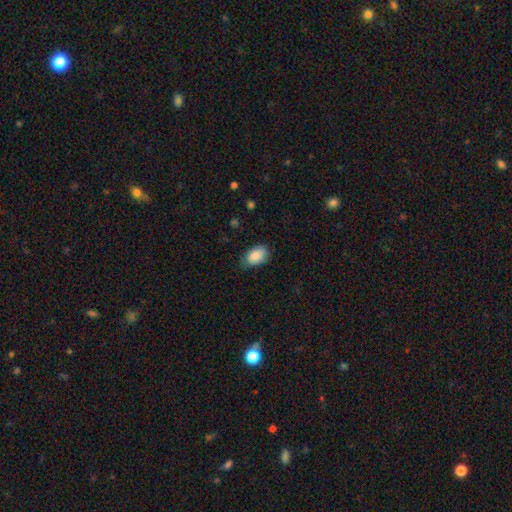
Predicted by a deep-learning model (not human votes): Smooth or featured?
  - smooth: 88% *
  - star or artifact: 7%
  - featured or disk: 5%
How rounded?
  - in between: 90% *
  - round: 8%
  - cigar-shaped: 1%
Merging?
  - none: 71% *
  - minor disturbance: 24%
  - major disturbance: 4%
  - merger: 1%